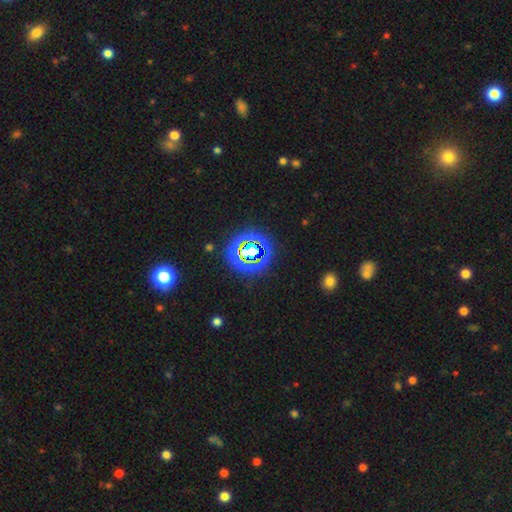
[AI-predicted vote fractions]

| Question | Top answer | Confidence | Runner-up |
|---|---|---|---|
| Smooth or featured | star or artifact | 75% | smooth (15%) |